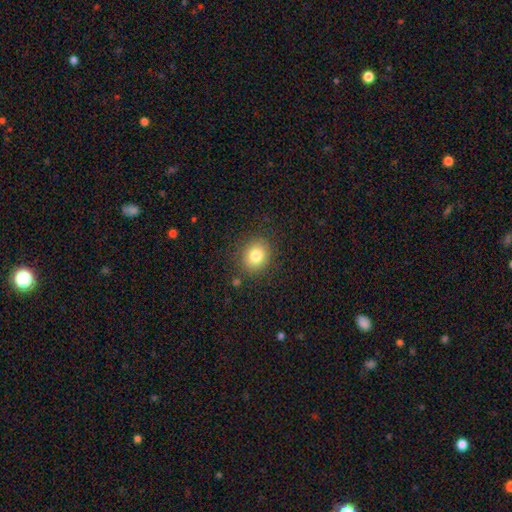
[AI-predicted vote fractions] Morphology: type=smooth (81%); roundness=round (71%); merging=none (86%).